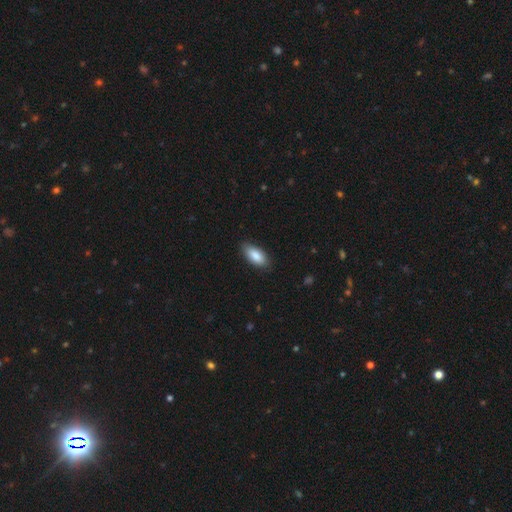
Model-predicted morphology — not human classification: Q: Smooth or featured?
A: smooth (87%); runner-up: featured or disk (7%)
Q: How rounded?
A: in between (89%); runner-up: cigar-shaped (9%)
Q: Merging?
A: none (83%); runner-up: minor disturbance (14%)